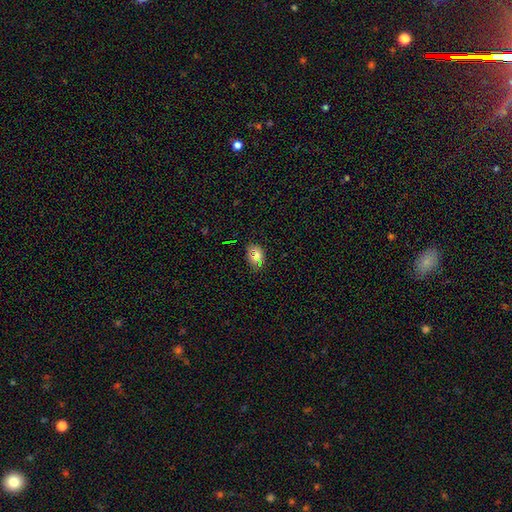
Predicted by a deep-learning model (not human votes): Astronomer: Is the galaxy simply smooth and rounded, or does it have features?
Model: smooth — 69%.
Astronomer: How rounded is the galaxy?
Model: in between — 71%.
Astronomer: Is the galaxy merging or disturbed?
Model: none — 85%.